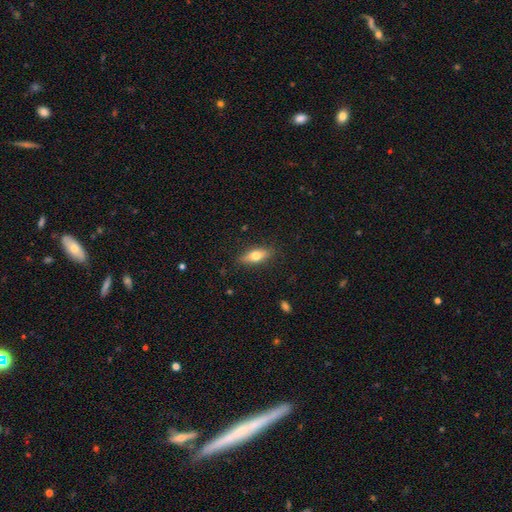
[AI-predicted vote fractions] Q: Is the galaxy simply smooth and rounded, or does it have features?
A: smooth — 65%.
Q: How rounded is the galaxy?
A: in between — 65%.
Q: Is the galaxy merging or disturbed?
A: none — 85%.